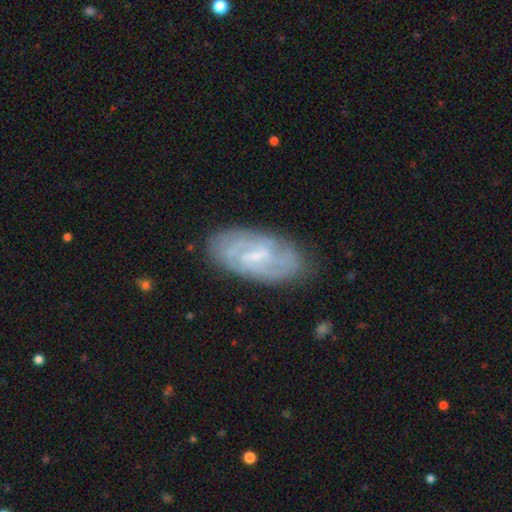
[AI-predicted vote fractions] A featured or disk galaxy (74%) with a weak bar (56%), tight (53%) spiral arms (84%) and a small central bulge (55%).

Vote fractions:
- Smooth or featured? featured or disk: 74% / smooth: 20% / star or artifact: 6%
- Edge-on disk? no: 94% / yes: 6%
- Bar? weak: 56% / strong: 25% / no: 18%
- Spiral arms? yes: 84% / no: 16%
- Spiral winding? tight: 53% / medium: 35% / loose: 12%
- Spiral arm count? can't tell: 42% / 2: 38% / 3: 9% / 4: 5% / 1: 3% / more than 4: 3%
- Bulge size? small: 55% / moderate: 23% / none: 19% / large: 2% / dominant: 1%
- Merging? none: 78% / minor disturbance: 16% / major disturbance: 5% / merger: 2%